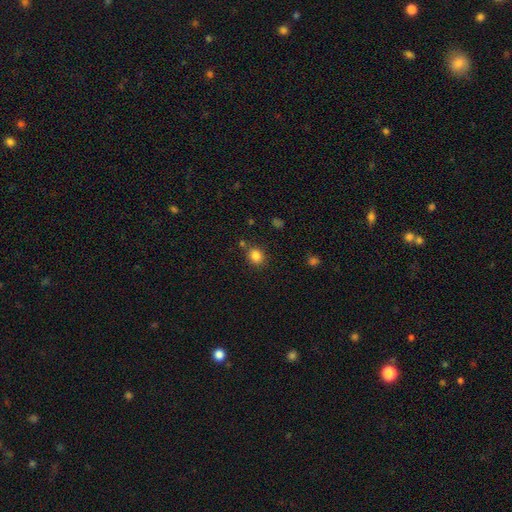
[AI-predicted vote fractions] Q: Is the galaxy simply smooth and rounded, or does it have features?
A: smooth — 84%.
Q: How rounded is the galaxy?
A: round — 69%.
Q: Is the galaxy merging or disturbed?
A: none — 79%.